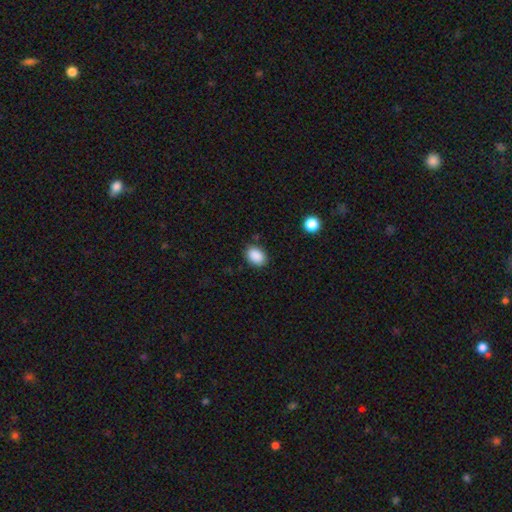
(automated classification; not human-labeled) Smooth or featured: smooth — 89% (star or artifact — 8%)
How rounded: in between — 76% (round — 23%)
Merging: none — 83% (minor disturbance — 12%)